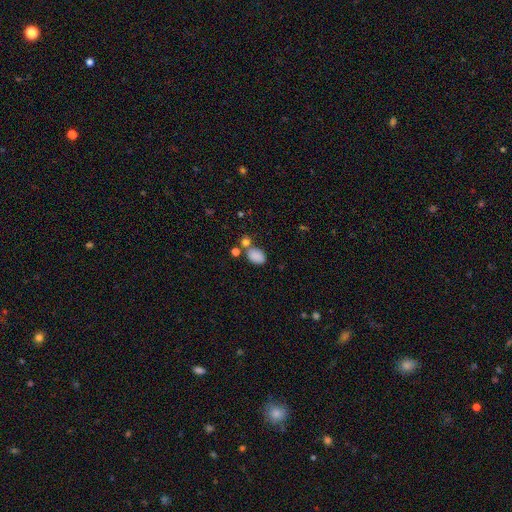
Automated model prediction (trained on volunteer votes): smooth-or-featured: smooth: 84% | star or artifact: 10% | featured or disk: 6%
  how-rounded: in between: 86% | round: 13% | cigar-shaped: 1%
  merging: none: 57% | merger: 23% | minor disturbance: 15% | major disturbance: 5%